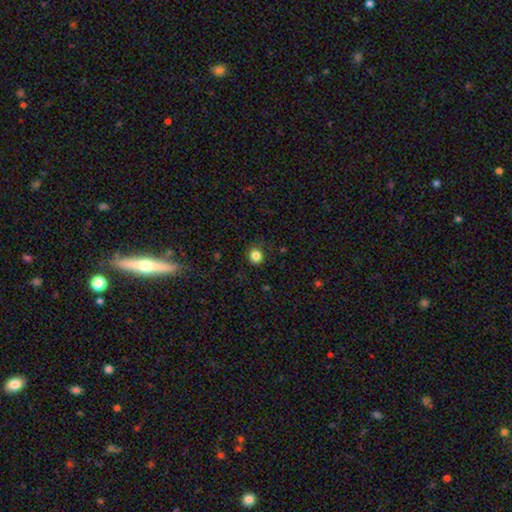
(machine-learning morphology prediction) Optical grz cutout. It shows a smooth galaxy with no disk features (84%) that is round (88%). Merging: none (88%).